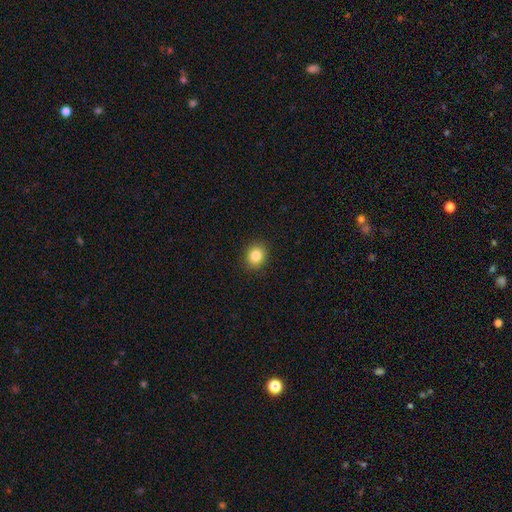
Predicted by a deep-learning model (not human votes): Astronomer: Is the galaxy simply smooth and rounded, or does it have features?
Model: smooth — 85%.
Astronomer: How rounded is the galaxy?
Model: round — 70%.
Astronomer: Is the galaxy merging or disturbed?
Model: none — 90%.